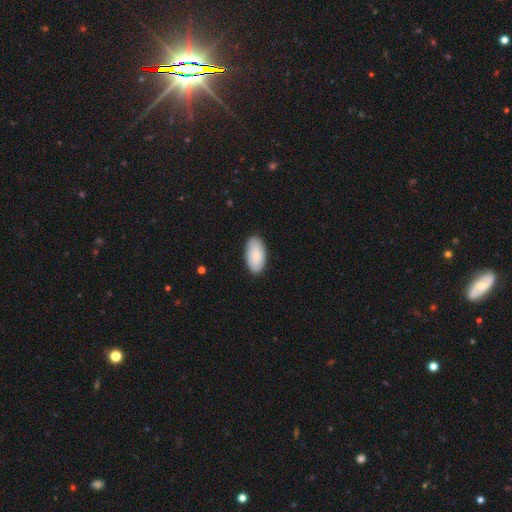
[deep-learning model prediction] smooth-or-featured: smooth: 83% | featured or disk: 12% | star or artifact: 6%
  how-rounded: in between: 96% | round: 2% | cigar-shaped: 2%
  merging: none: 86% | minor disturbance: 11% | major disturbance: 2% | merger: 1%